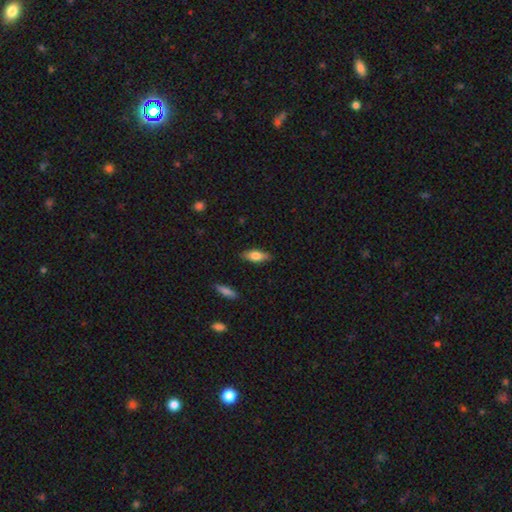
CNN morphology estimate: A smooth galaxy with no disk features (72%) that is in between round and cigar-shaped (72%). Merging: none (85%).